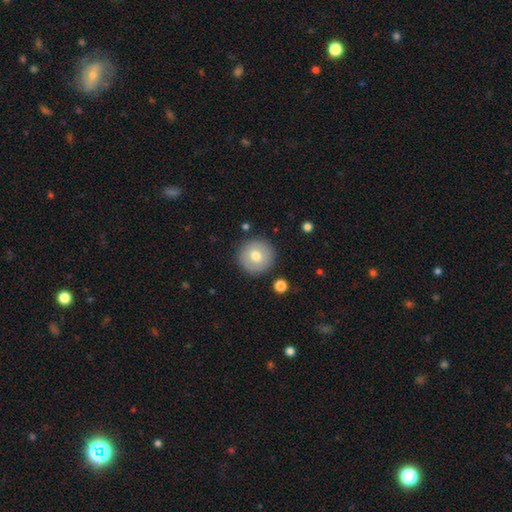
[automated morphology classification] A smooth galaxy with no disk features (73%) that is round (96%). Merging: none (89%).